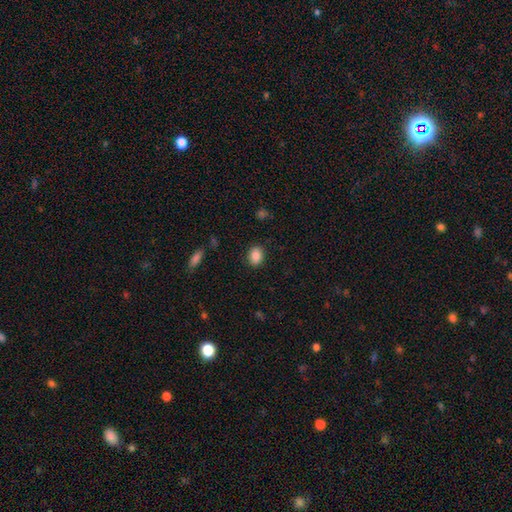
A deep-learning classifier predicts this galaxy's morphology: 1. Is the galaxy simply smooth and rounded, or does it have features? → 87% smooth, 8% star or artifact, 4% featured or disk.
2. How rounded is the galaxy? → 65% in between, 34% round, 1% cigar-shaped.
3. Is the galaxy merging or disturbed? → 88% none, 9% minor disturbance, 3% major disturbance, 1% merger.